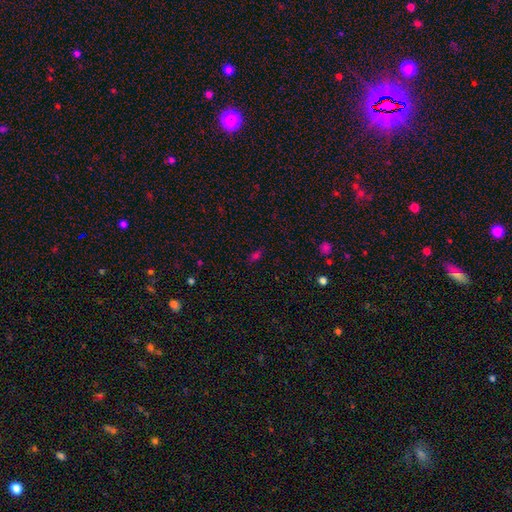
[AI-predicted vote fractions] A smooth galaxy with no disk features (63%) that is in between round and cigar-shaped (80%).

Vote fractions:
- Smooth or featured? smooth: 63% / star or artifact: 29% / featured or disk: 8%
- How rounded? in between: 80% / round: 10% / cigar-shaped: 9%
- Merging? none: 78% / minor disturbance: 15% / major disturbance: 5% / merger: 3%